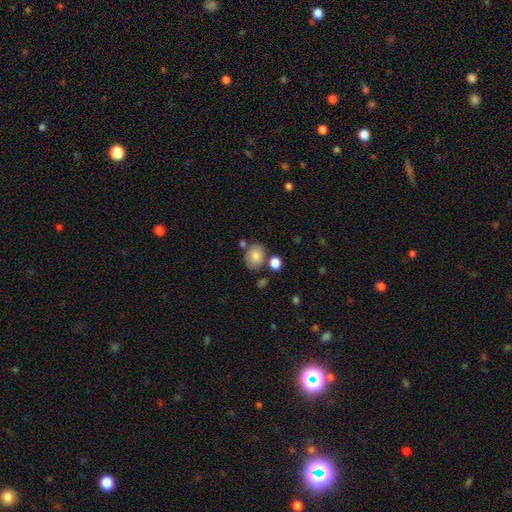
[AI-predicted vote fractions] The model was most divided on "how rounded": in between: 52%, round: 47%, cigar-shaped: 1%. More confident: smooth or featured — smooth (82%); merging — none (69%).